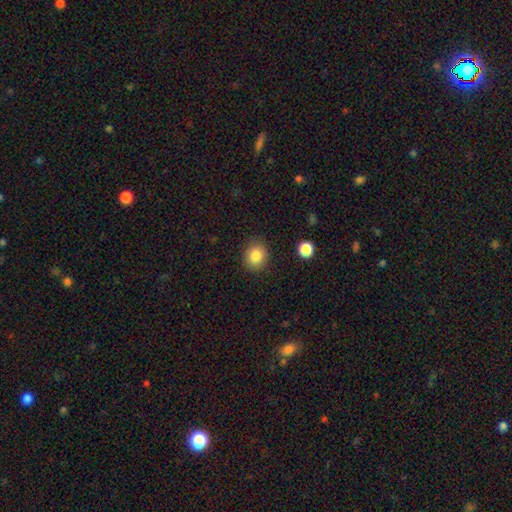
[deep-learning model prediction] This is clearly a smooth galaxy (85%). How rounded: likely round (74%). Merging: clearly none (88%).